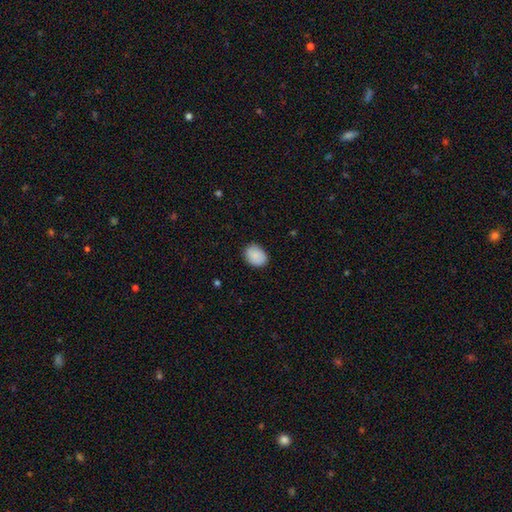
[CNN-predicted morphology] Smooth or featured? Predicted: smooth (p=0.88). How rounded? Predicted: in between (p=0.63). Merging? Predicted: none (p=0.84).